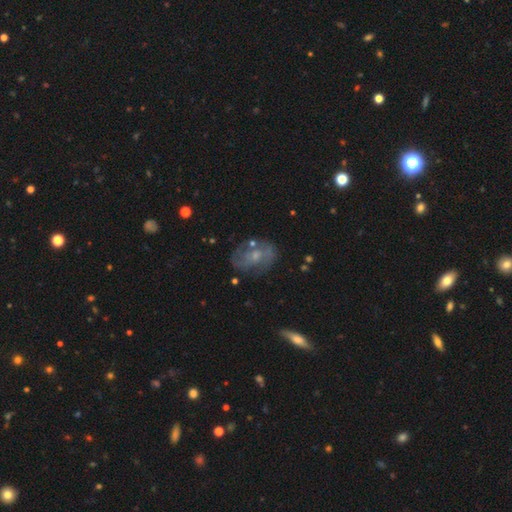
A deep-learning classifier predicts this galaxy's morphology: Smooth or featured?
  - featured or disk: 67% *
  - smooth: 24%
  - star or artifact: 9%
Edge-on disk?
  - no: 96% *
  - yes: 4%
Bar?
  - no: 64% *
  - weak: 30%
  - strong: 6%
Spiral arms?
  - yes: 66% *
  - no: 34%
Bulge size?
  - small: 58% *
  - moderate: 30%
  - none: 9%
  - large: 2%
  - dominant: 1%
Merging?
  - none: 64% *
  - minor disturbance: 20%
  - major disturbance: 11%
  - merger: 5%